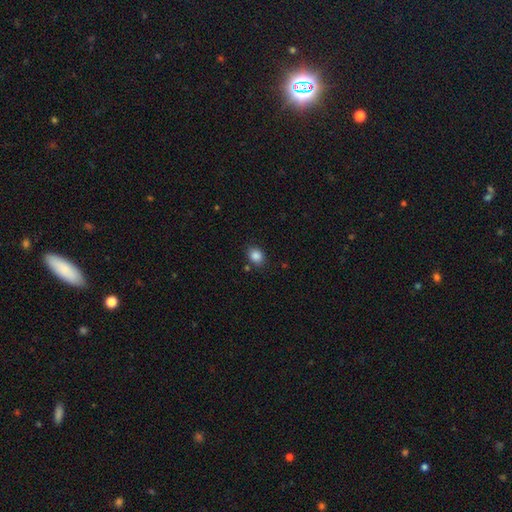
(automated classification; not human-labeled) Q: Smooth or featured?
A: smooth (86%); runner-up: star or artifact (10%)
Q: How rounded?
A: round (51%); runner-up: in between (48%)
Q: Merging?
A: none (81%); runner-up: minor disturbance (12%)